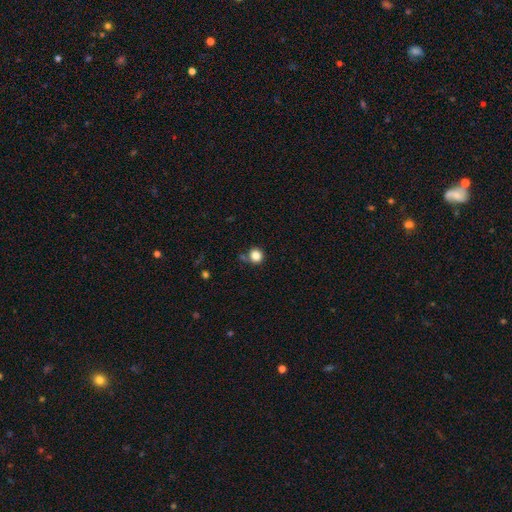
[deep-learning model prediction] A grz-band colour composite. It shows a smooth galaxy with no disk features (84%) that is round (89%). Merging: none (73%).